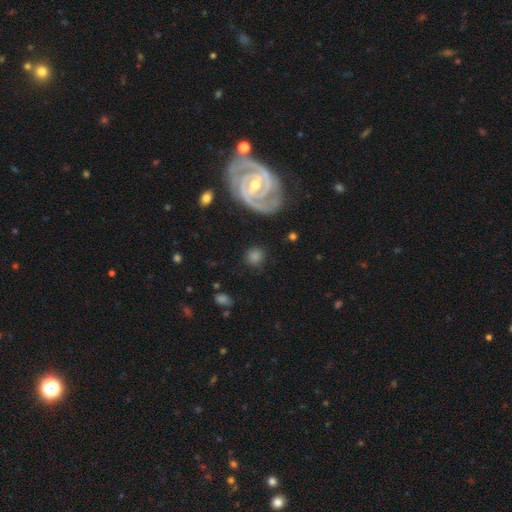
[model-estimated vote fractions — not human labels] Smooth or featured? featured or disk (47%)
Merging? none (78%)